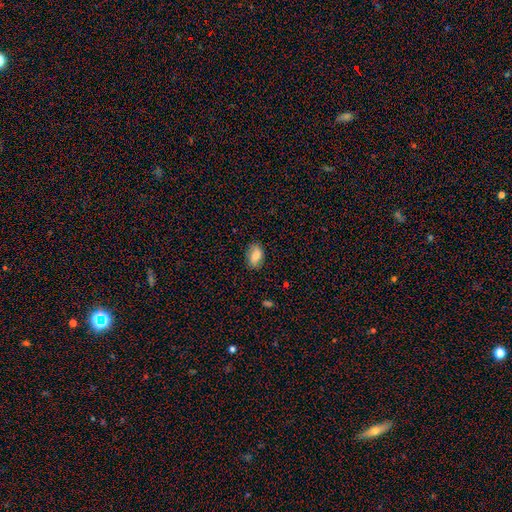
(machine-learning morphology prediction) smooth 79%, featured or disk 13%, star or artifact 8%. Down the decision tree: how rounded — in between (87%); merging — none (81%).